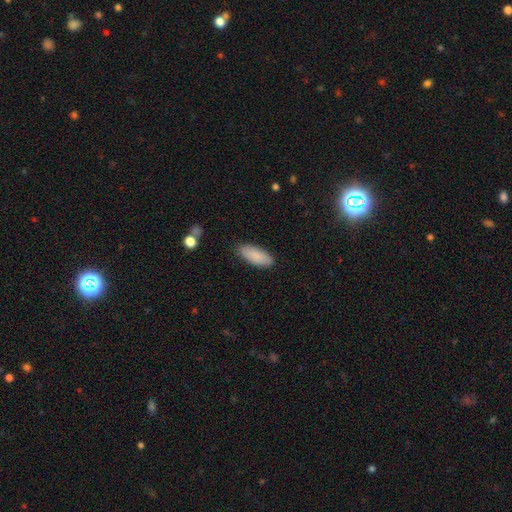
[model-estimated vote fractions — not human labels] Morphology: type=smooth (87%); roundness=in between (83%); merging=none (85%).